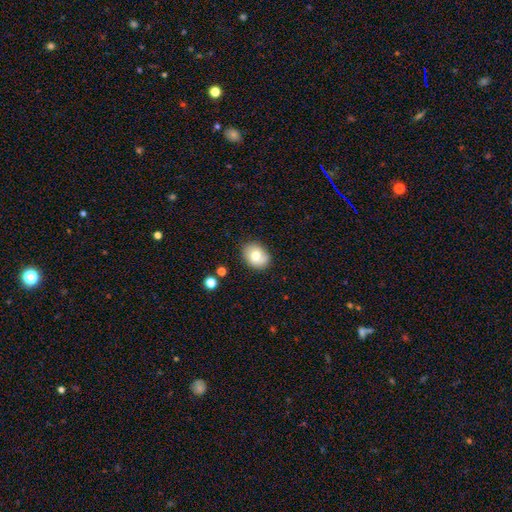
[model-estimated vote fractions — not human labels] This appears to be a smooth galaxy with no disk features (70%) that is in between round and cigar-shaped (51%). Merging: none (78%).